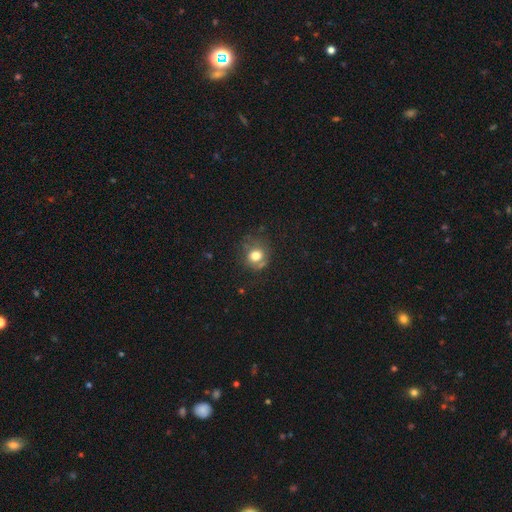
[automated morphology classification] Overall: smooth (72%). How rounded: round (79%). Merging: none (63%).